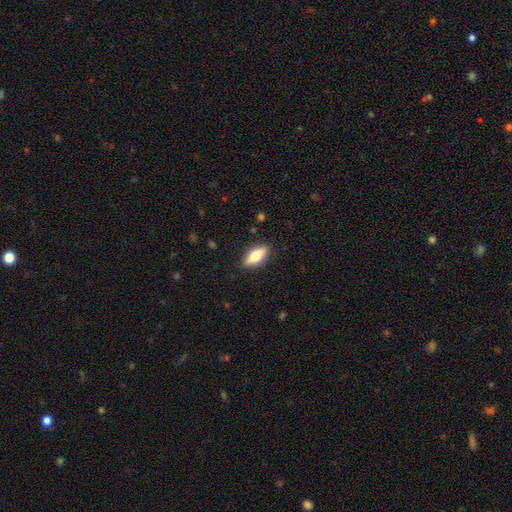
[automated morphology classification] The model was most divided on "smooth or featured": smooth: 59%, featured or disk: 34%, star or artifact: 6%. More confident: merging — none (87%); how rounded — in between (72%).